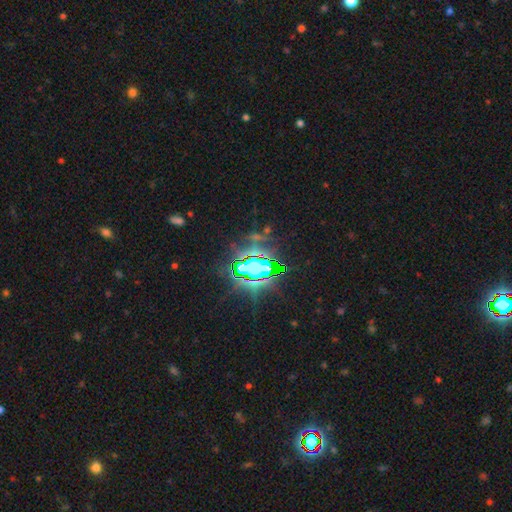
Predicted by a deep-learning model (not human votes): Morphology: type=star or artifact (85%).